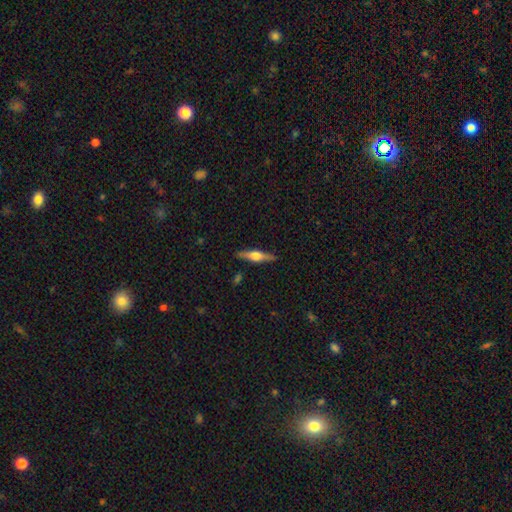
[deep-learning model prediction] smooth_or_featured: featured or disk (p=0.66) [alt: smooth p=0.28]
disk_edge_on: yes (p=0.97) [alt: no p=0.03]
edge_on_bulge: rounded (p=0.91) [alt: boxy p=0.07]
merging: none (p=0.89) [alt: minor disturbance p=0.08]